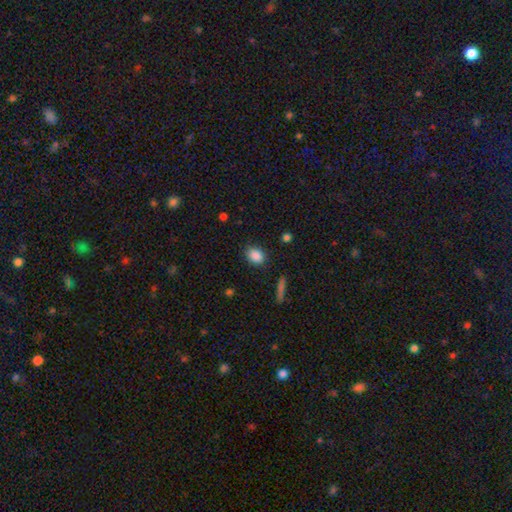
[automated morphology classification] Smooth or featured: smooth — 87% (star or artifact — 9%)
How rounded: in between — 59% (round — 40%)
Merging: none — 86% (minor disturbance — 10%)